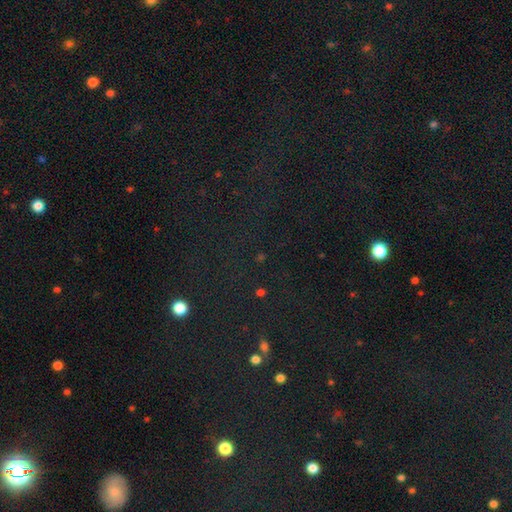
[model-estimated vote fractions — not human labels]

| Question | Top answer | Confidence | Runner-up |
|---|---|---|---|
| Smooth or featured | star or artifact | 77% | smooth (15%) |